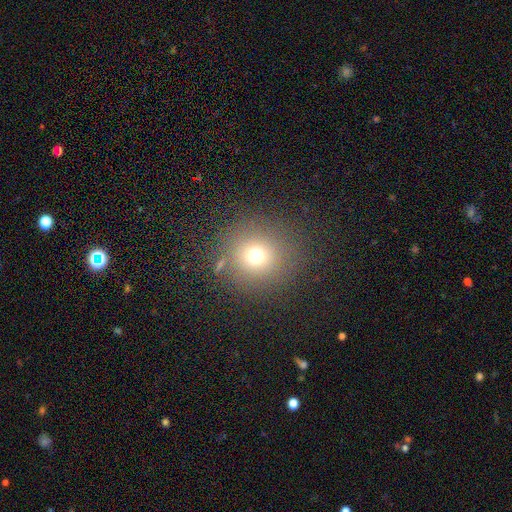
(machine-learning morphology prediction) smooth-or-featured: smooth: 70% | star or artifact: 19% | featured or disk: 10%
  how-rounded: round: 92% | in between: 7% | cigar-shaped: 1%
  merging: none: 83% | minor disturbance: 9% | major disturbance: 5% | merger: 3%